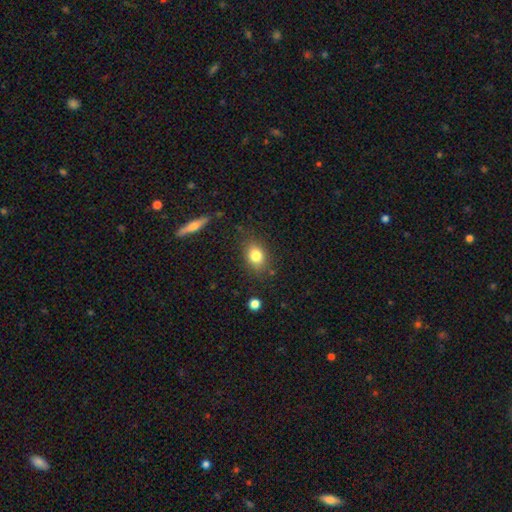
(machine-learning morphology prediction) Overall: smooth (81%). How rounded: in between (62%; round 36%). Merging: none (79%).